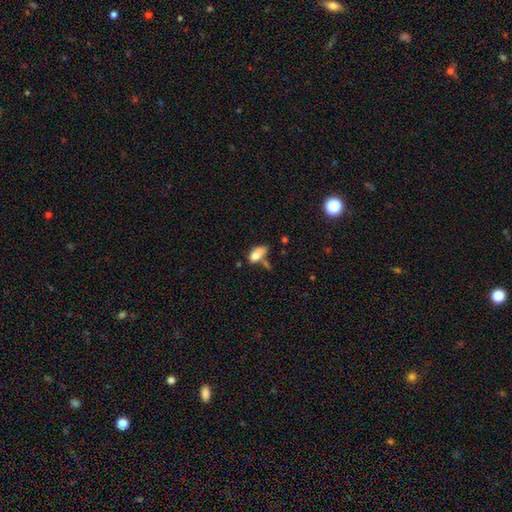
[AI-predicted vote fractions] Morphology: type=smooth (75%); roundness=in between (86%); merging=none (33%).